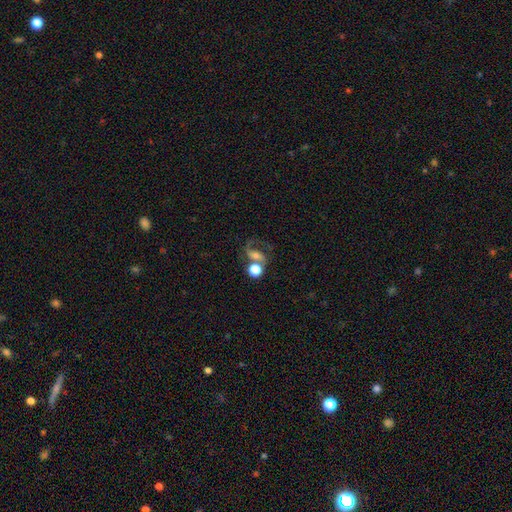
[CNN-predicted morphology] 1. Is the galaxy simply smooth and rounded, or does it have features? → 60% featured or disk, 26% smooth, 15% star or artifact.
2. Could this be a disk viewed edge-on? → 97% no, 3% yes.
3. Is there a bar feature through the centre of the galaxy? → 45% no, 34% weak, 22% strong.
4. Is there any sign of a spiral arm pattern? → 86% yes, 14% no.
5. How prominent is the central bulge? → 47% moderate, 25% small, 16% large, 7% none, 4% dominant.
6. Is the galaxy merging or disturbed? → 41% none, 29% merger, 17% major disturbance, 13% minor disturbance.